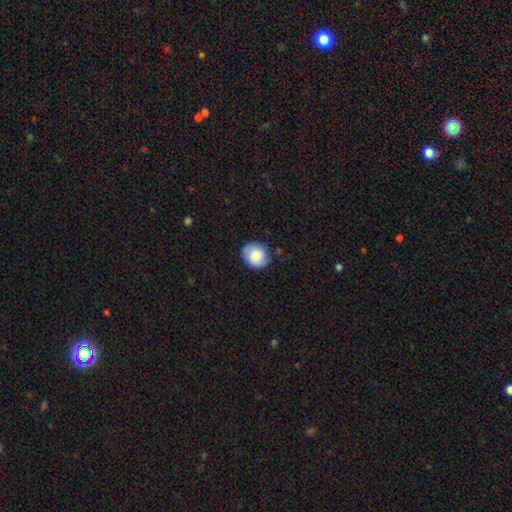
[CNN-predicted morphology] Overall: smooth (81%). How rounded: round (70%). Merging: none (85%).